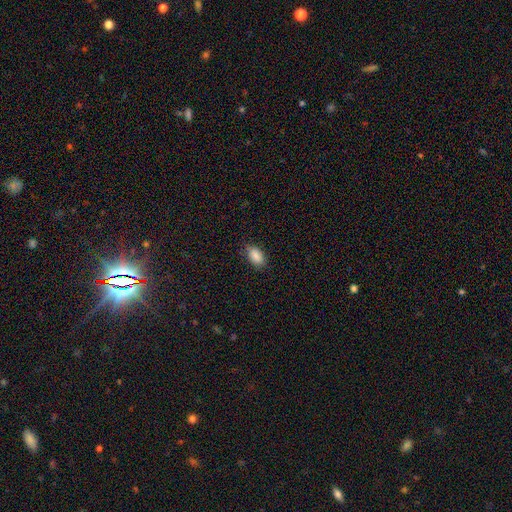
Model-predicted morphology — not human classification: Smooth or featured?
  - smooth: 88% *
  - star or artifact: 7%
  - featured or disk: 4%
How rounded?
  - in between: 92% *
  - round: 5%
  - cigar-shaped: 3%
Merging?
  - none: 82% *
  - minor disturbance: 15%
  - major disturbance: 3%
  - merger: 1%